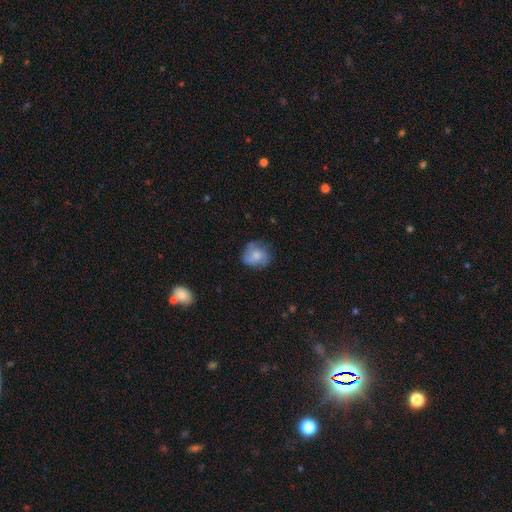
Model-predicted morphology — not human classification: A smooth galaxy with no disk features (63%) that is round (70%). Merging: none (62%).